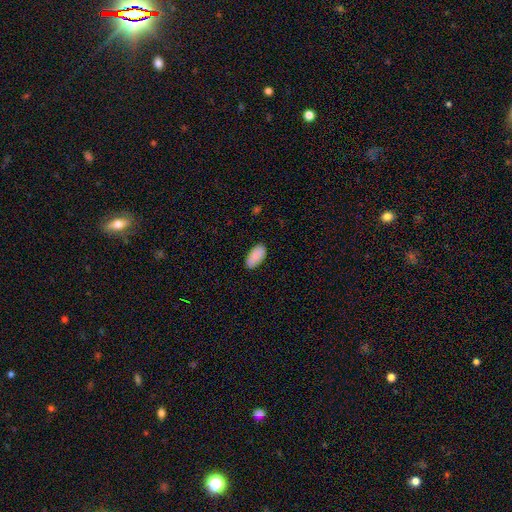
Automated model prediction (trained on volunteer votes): Smooth or featured? Predicted: smooth (p=0.89). How rounded? Predicted: in between (p=0.94). Merging? Predicted: none (p=0.84).